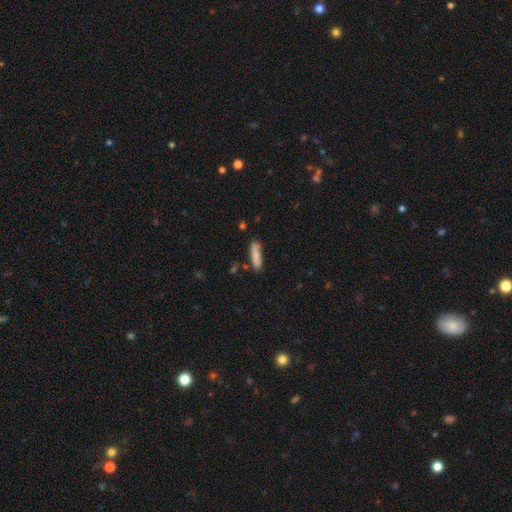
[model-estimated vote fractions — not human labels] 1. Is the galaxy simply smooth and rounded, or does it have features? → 79% smooth, 15% featured or disk, 7% star or artifact.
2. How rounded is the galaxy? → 68% cigar-shaped, 30% in between, 2% round.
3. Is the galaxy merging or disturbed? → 73% none, 18% minor disturbance, 6% merger, 4% major disturbance.